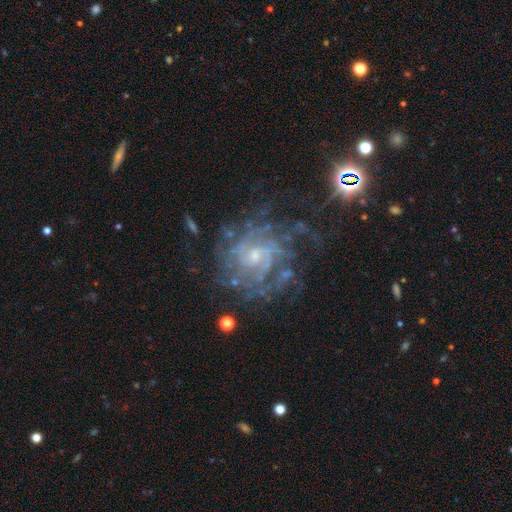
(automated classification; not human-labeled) Smooth or featured: featured or disk — 85% (star or artifact — 9%)
Edge-on disk: no — 98% (yes — 2%)
Bar: no — 53% (weak — 39%)
Spiral arms: yes — 93% (no — 7%)
Spiral winding: tight — 57% (medium — 34%)
Spiral arm count: can't tell — 41% (2 — 16%)
Bulge size: small — 62% (moderate — 31%)
Merging: none — 62% (minor disturbance — 18%)